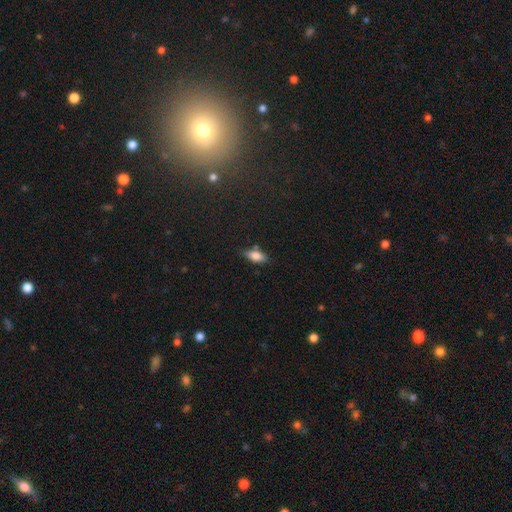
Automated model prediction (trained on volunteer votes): Q: Smooth or featured?
A: smooth (77%); runner-up: featured or disk (14%)
Q: How rounded?
A: in between (82%); runner-up: cigar-shaped (14%)
Q: Merging?
A: none (74%); runner-up: minor disturbance (18%)